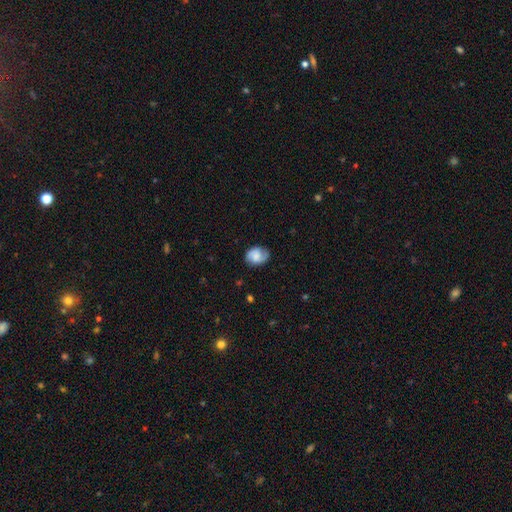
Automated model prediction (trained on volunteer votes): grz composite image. It shows a featured or disk galaxy (52%) with no bar (49%), spiral arms (90%) and no central bulge (29%). Merging: none (74%).